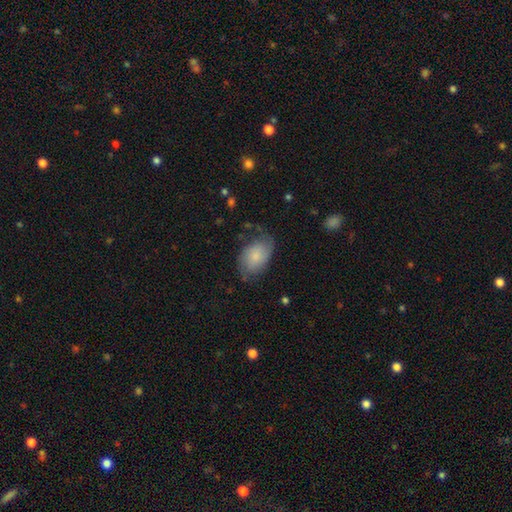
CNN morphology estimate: Smooth or featured? Predicted: smooth (p=0.53). How rounded? Predicted: in between (p=0.87). Merging? Predicted: none (p=0.59).